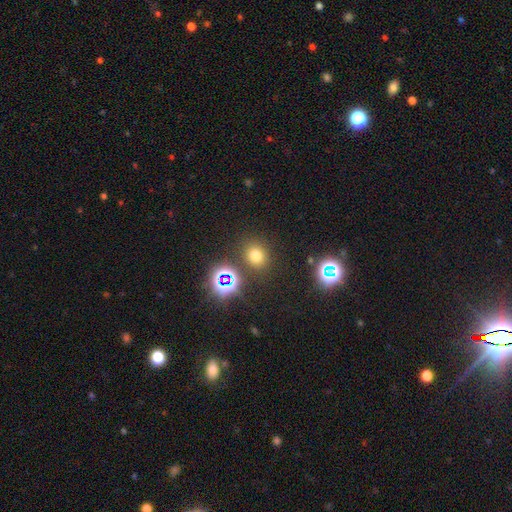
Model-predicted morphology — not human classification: Smooth or featured? smooth (68%)
How rounded? round (74%)
Merging? none (83%)